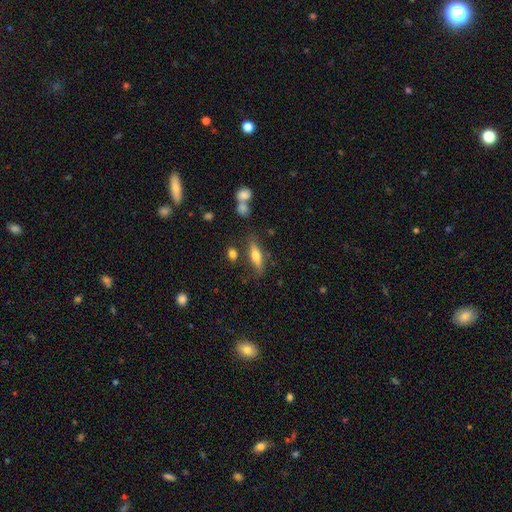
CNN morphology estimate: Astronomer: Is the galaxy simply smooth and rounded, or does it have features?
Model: smooth — 60%.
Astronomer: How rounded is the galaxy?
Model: cigar-shaped — 52% (runner-up: in between, 45%).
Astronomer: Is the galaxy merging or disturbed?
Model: none — 75%.